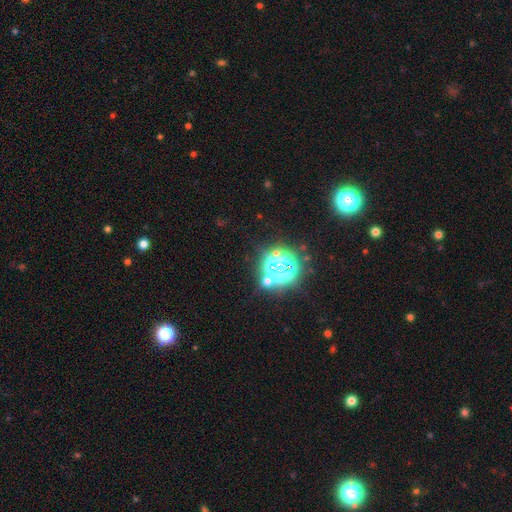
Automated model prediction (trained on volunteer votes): Smooth or featured?
  - star or artifact: 80% *
  - smooth: 14%
  - featured or disk: 6%